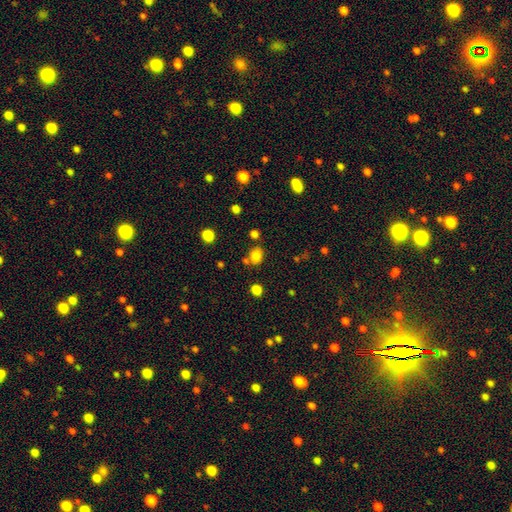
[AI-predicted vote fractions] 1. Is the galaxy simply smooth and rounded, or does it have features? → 81% smooth, 13% star or artifact, 6% featured or disk.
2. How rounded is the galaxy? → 56% round, 43% in between, 1% cigar-shaped.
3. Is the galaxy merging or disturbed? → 71% none, 13% minor disturbance, 12% merger, 4% major disturbance.